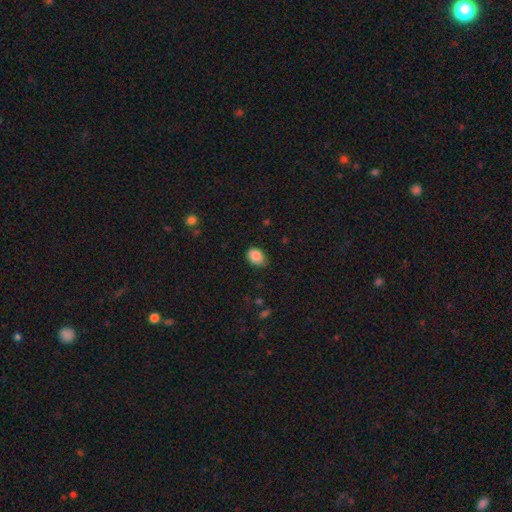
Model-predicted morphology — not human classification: This is clearly a smooth galaxy (87%). How rounded: likely in between (71%). Merging: likely none (68%).